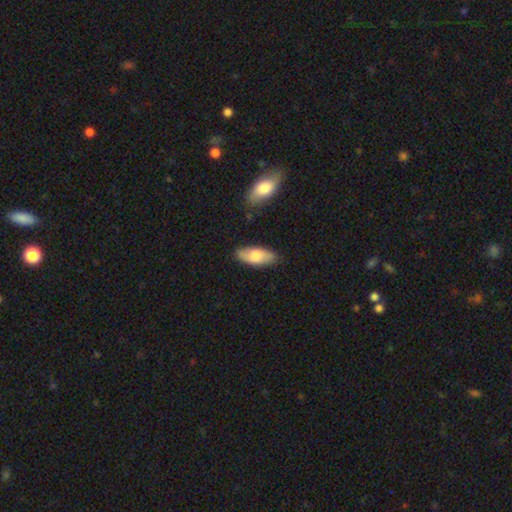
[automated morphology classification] Smooth or featured?
  - smooth: 73% *
  - featured or disk: 22%
  - star or artifact: 5%
How rounded?
  - in between: 85% *
  - cigar-shaped: 13%
  - round: 2%
Merging?
  - none: 83% *
  - minor disturbance: 13%
  - merger: 2%
  - major disturbance: 2%